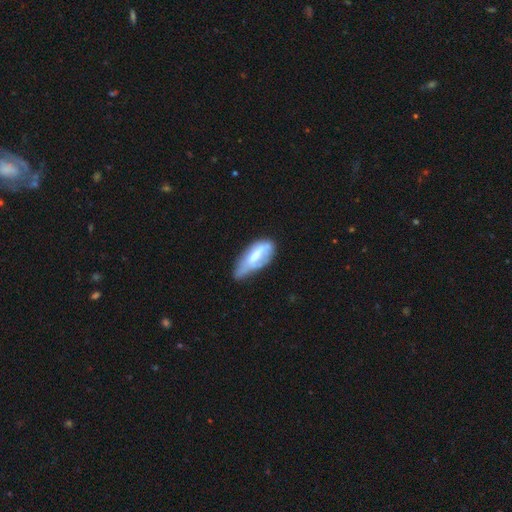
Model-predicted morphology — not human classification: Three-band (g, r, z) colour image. It shows a smooth galaxy with no disk features (53%) that is in between round and cigar-shaped (76%). Merging: minor disturbance (39%).